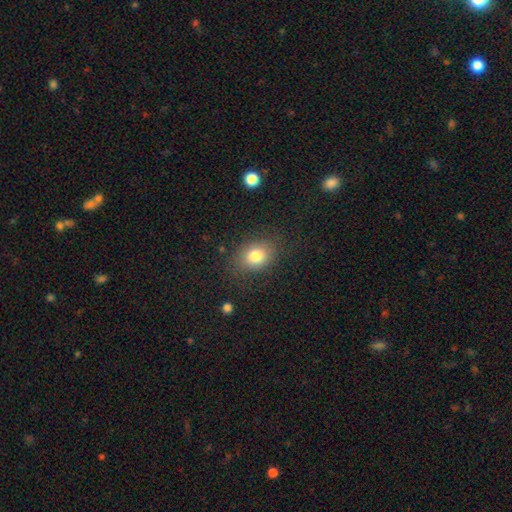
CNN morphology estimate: Smooth or featured? smooth (79%)
How rounded? in between (54%)
Merging? none (81%)